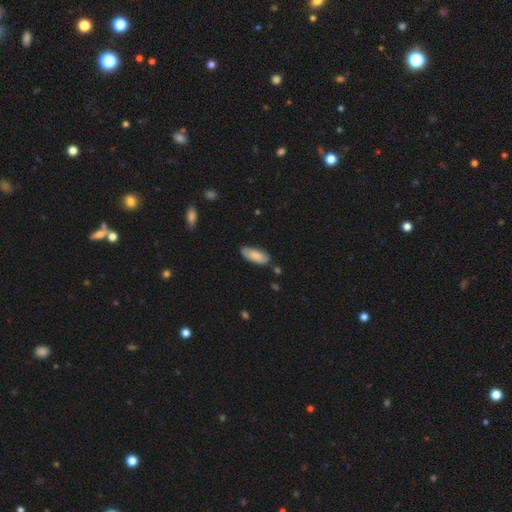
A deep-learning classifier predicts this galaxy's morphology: Smooth or featured?
  - smooth: 83% *
  - featured or disk: 11%
  - star or artifact: 6%
How rounded?
  - in between: 82% *
  - cigar-shaped: 17%
  - round: 2%
Merging?
  - none: 73% *
  - minor disturbance: 21%
  - major disturbance: 3%
  - merger: 2%